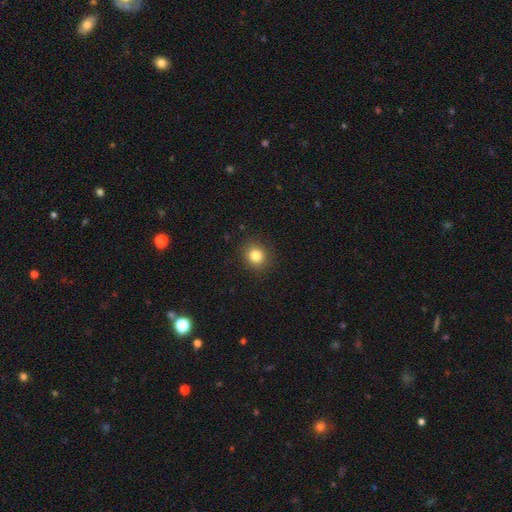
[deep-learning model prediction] A smooth galaxy with no disk features (83%) that is round (80%).

Vote fractions:
- Smooth or featured? smooth: 83% / star or artifact: 11% / featured or disk: 6%
- How rounded? round: 80% / in between: 19% / cigar-shaped: 1%
- Merging? none: 90% / minor disturbance: 7% / major disturbance: 2% / merger: 1%